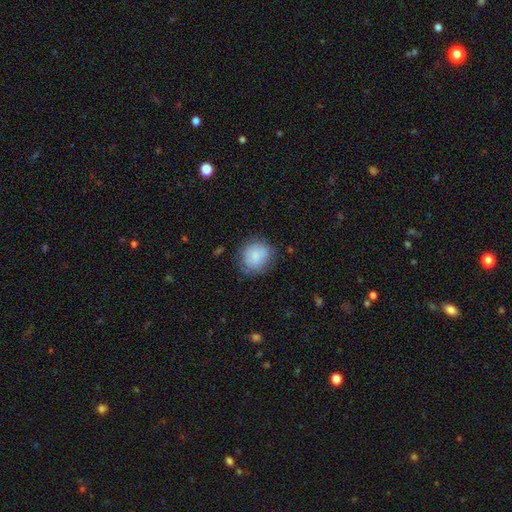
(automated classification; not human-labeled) A smooth galaxy with no disk features (78%) that is round (80%).

Vote fractions:
- Smooth or featured? smooth: 78% / featured or disk: 14% / star or artifact: 8%
- How rounded? round: 80% / in between: 19% / cigar-shaped: 1%
- Merging? none: 72% / minor disturbance: 20% / major disturbance: 6% / merger: 2%